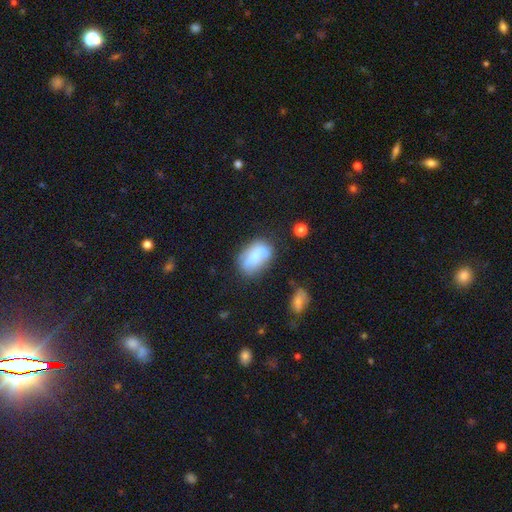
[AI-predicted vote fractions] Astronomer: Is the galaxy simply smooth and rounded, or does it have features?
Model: smooth — 48% (runner-up: featured or disk, 44%).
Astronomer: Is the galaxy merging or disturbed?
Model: none — 48% (runner-up: minor disturbance, 26%).